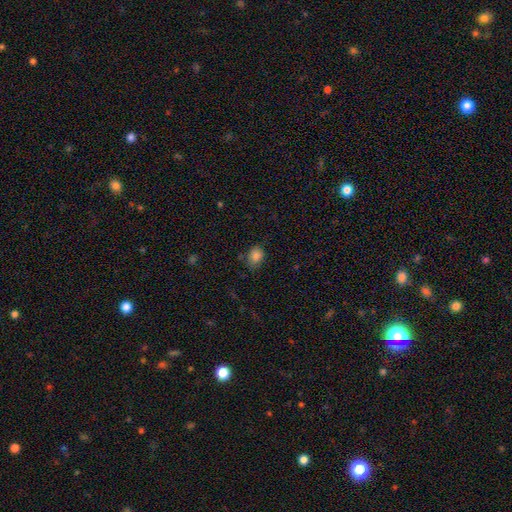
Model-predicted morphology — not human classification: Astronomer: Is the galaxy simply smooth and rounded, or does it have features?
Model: smooth — 84%.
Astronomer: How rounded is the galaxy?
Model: in between — 61% (runner-up: round, 38%).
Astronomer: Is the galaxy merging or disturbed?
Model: none — 72%.